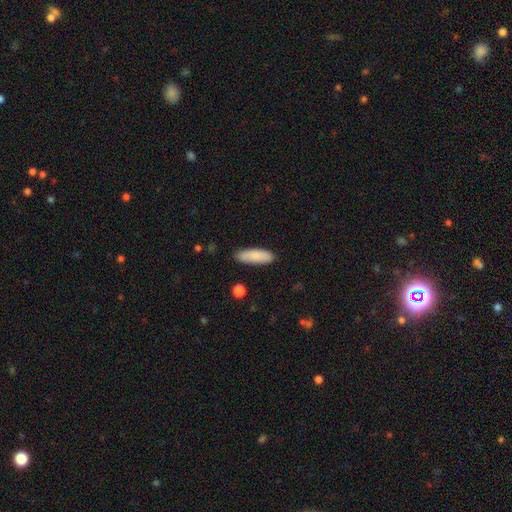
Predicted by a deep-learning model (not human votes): The model was most divided on "how rounded": in between: 60%, cigar-shaped: 38%, round: 2%. More confident: smooth or featured — smooth (87%); merging — none (84%).